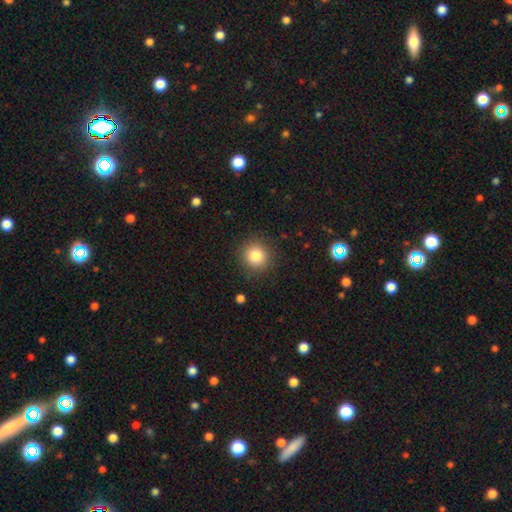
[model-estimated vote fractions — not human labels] Smooth or featured? smooth (82%)
How rounded? round (92%)
Merging? none (89%)